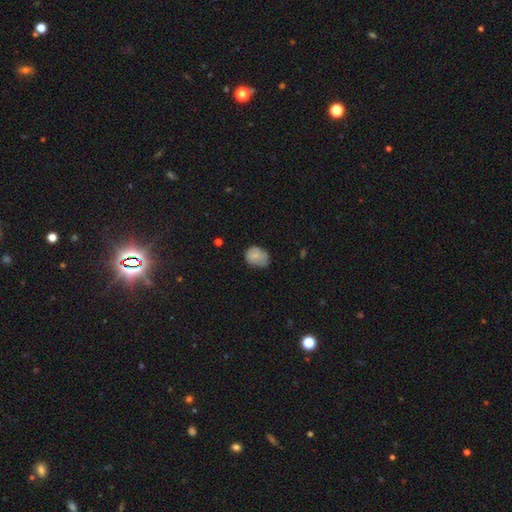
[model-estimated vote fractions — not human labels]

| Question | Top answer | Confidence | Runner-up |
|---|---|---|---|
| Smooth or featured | smooth | 77% | featured or disk (14%) |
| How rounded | in between | 54% | round (45%) |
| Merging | none | 53% | minor disturbance (36%) |